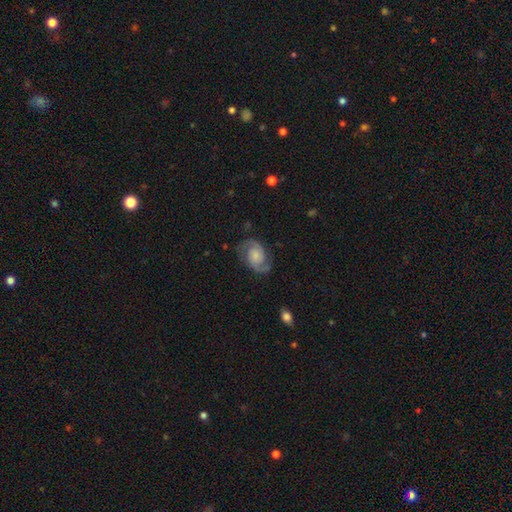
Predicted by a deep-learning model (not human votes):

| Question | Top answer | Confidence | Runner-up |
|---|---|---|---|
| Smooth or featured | featured or disk | 86% | smooth (9%) |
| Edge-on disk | no | 98% | yes (2%) |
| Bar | no | 66% | weak (28%) |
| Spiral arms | yes | 97% | no (3%) |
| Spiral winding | medium | 53% | tight (29%) |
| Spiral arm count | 2 | 93% | can't tell (2%) |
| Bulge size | small | 42% | moderate (31%) |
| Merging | none | 79% | minor disturbance (14%) |